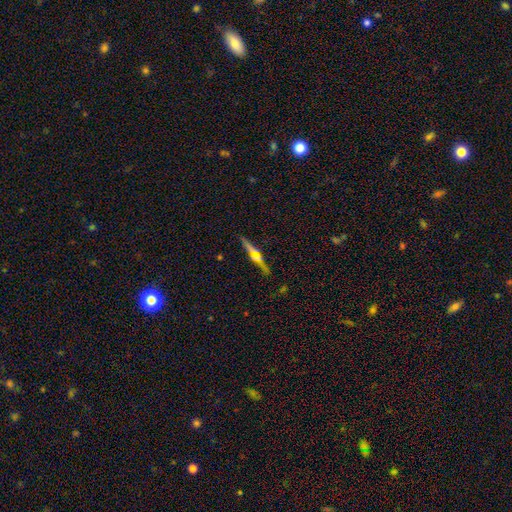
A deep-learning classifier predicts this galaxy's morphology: Overall: featured or disk (54%; smooth 35%). Edge-on disk: yes (93%). Edge-on bulge: rounded (66%). Merging: none (80%).